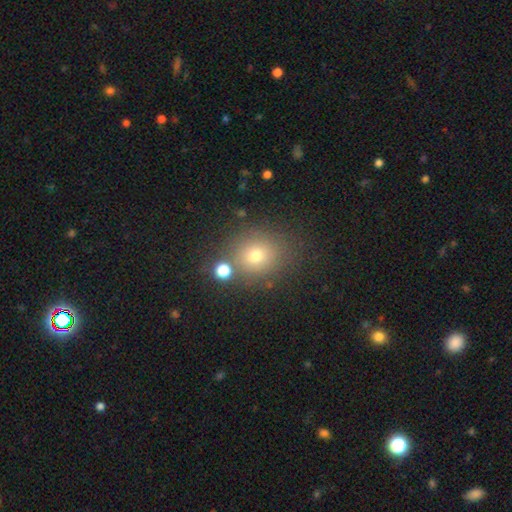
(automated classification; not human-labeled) smooth 70%, star or artifact 19%, featured or disk 11%. Down the decision tree: how rounded — round (77%); merging — none (74%).